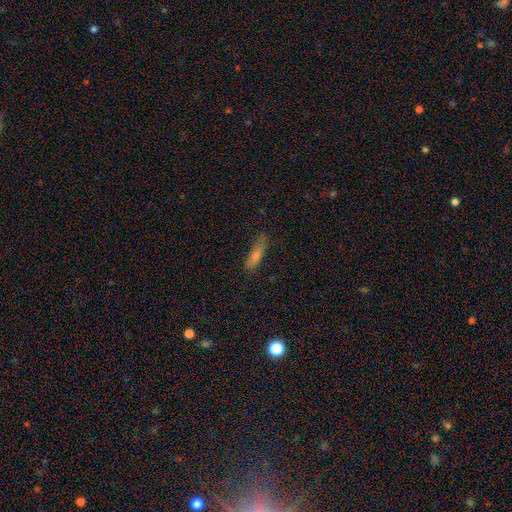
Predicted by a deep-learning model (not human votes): A smooth galaxy with no disk features (62%) that is cigar-shaped (76%).

Vote fractions:
- Smooth or featured? smooth: 62% / featured or disk: 26% / star or artifact: 12%
- How rounded? cigar-shaped: 76% / in between: 21% / round: 3%
- Merging? none: 72% / minor disturbance: 21% / major disturbance: 5% / merger: 2%